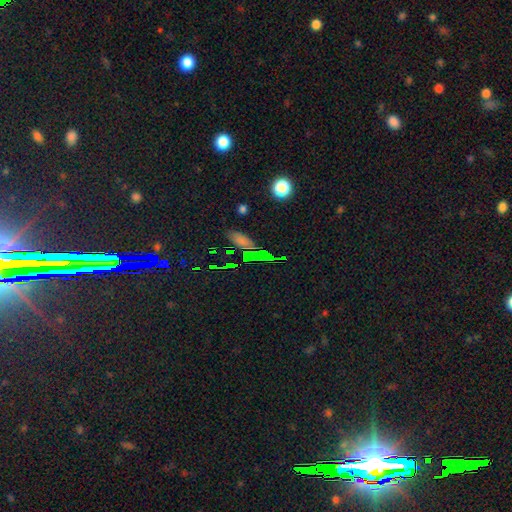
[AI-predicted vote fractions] Q: Smooth or featured?
A: star or artifact (45%); runner-up: smooth (43%)